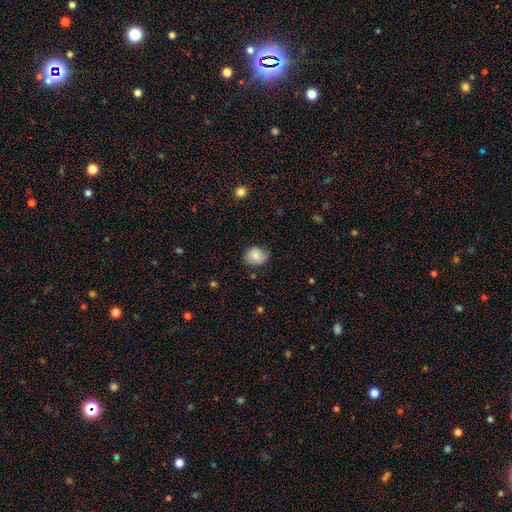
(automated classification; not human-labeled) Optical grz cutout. It shows a smooth galaxy with no disk features (77%) that is round (60%). Merging: none (70%).